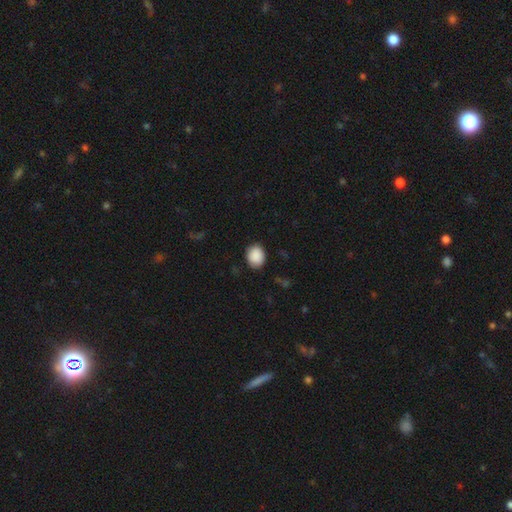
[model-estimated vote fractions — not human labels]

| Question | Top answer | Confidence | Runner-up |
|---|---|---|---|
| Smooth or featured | smooth | 90% | star or artifact (7%) |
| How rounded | round | 58% | in between (41%) |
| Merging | none | 86% | minor disturbance (11%) |